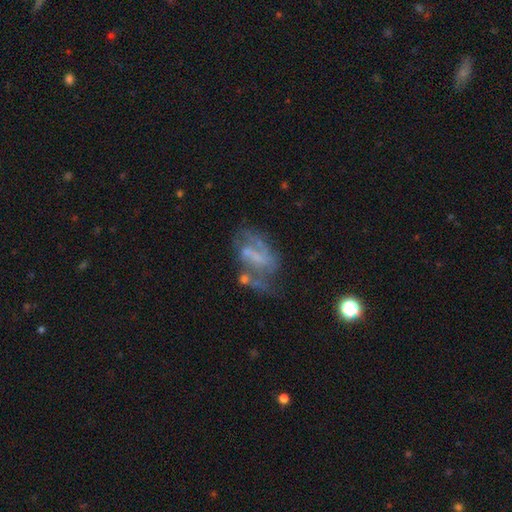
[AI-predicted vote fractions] Q: Smooth or featured?
A: featured or disk (73%); runner-up: smooth (17%)
Q: Edge-on disk?
A: no (96%); runner-up: yes (4%)
Q: Bar?
A: weak (43%); runner-up: no (32%)
Q: Spiral arms?
A: yes (76%); runner-up: no (24%)
Q: Spiral winding?
A: medium (45%); runner-up: loose (31%)
Q: Spiral arm count?
A: 2 (65%); runner-up: can't tell (20%)
Q: Bulge size?
A: none (51%); runner-up: small (28%)
Q: Merging?
A: none (42%); runner-up: major disturbance (25%)